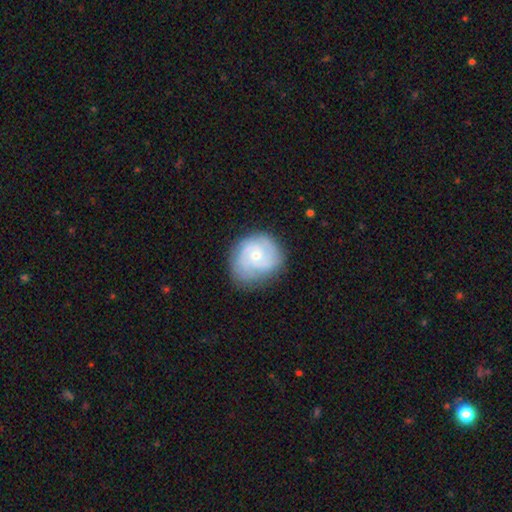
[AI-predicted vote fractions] This appears to be a featured or disk galaxy (75%) with no bar (75%), 3 (28%) tight (65%) spiral arms (93%) and a small central bulge (62%). Merging: none (78%).